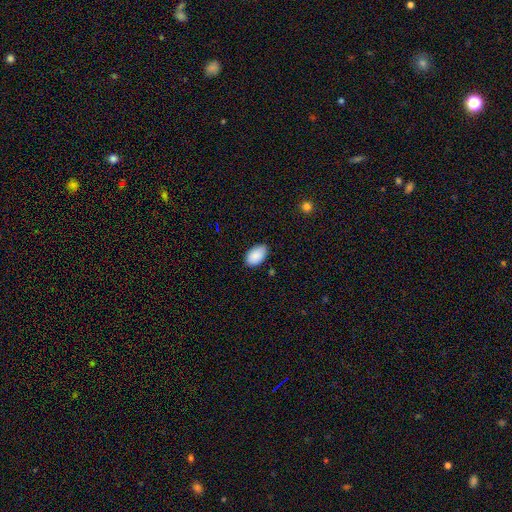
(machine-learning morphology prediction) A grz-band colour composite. It shows a smooth galaxy with no disk features (89%) that is in between round and cigar-shaped (94%). Merging: none (82%).